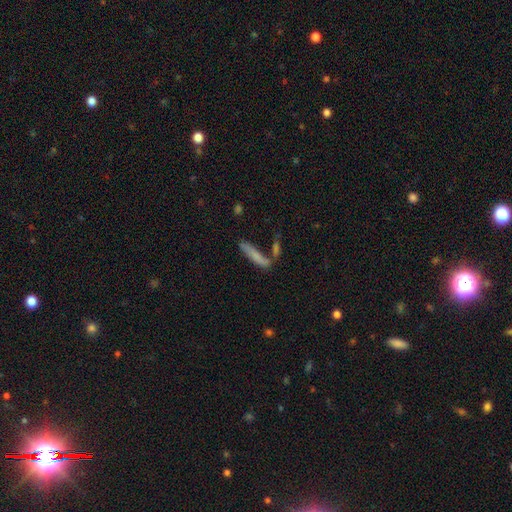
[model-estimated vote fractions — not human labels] A smooth galaxy with no disk features (70%) that is cigar-shaped (85%). Merging: none (60%).